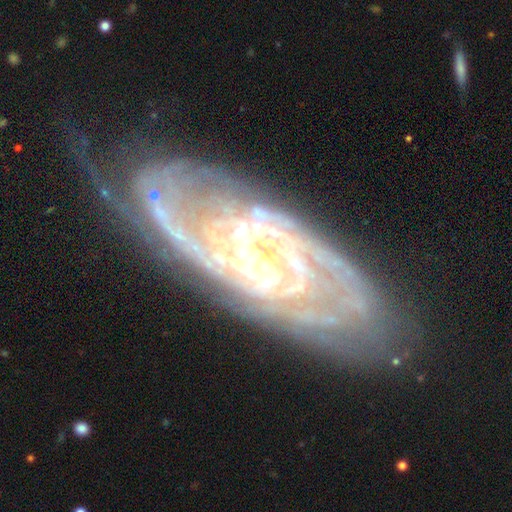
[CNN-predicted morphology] Smooth or featured? featured or disk (88%)
Edge-on disk? no (91%)
Bar? weak (40%)
Spiral arms? yes (96%)
Spiral winding? tight (62%)
Spiral arm count? 2 (32%)
Bulge size? small (44%)
Merging? none (65%)